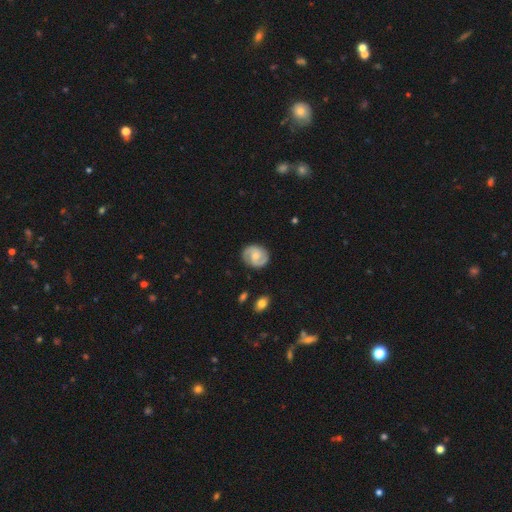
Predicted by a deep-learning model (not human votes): Smooth or featured? Predicted: featured or disk (p=0.75). Edge-on disk? Predicted: no (p=0.98). Bar? Predicted: no (p=0.49). Spiral arms? Predicted: yes (p=0.94). Spiral winding? Predicted: medium (p=0.48). Spiral arm count? Predicted: 2 (p=0.91). Bulge size? Predicted: moderate (p=0.49). Merging? Predicted: none (p=0.85).